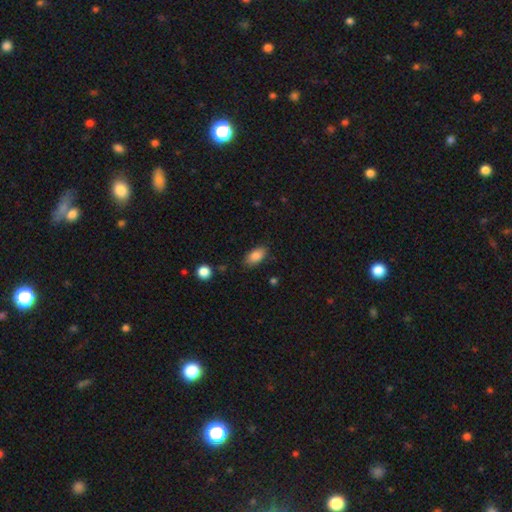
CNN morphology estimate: This is clearly a smooth galaxy (84%). How rounded: clearly in between (91%). Merging: clearly none (84%).